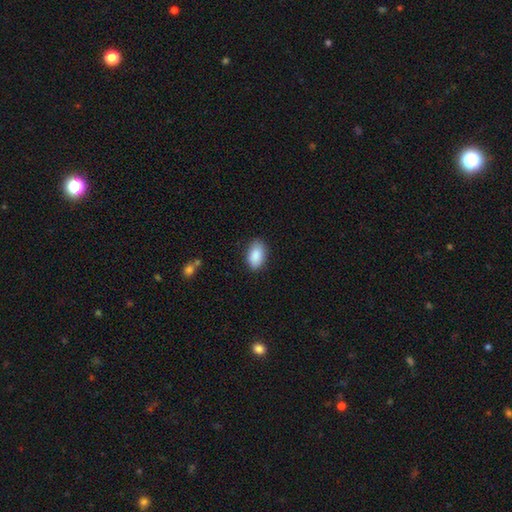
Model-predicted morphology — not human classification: This appears to be a smooth galaxy with no disk features (89%) that is in between round and cigar-shaped (93%). Merging: none (85%).